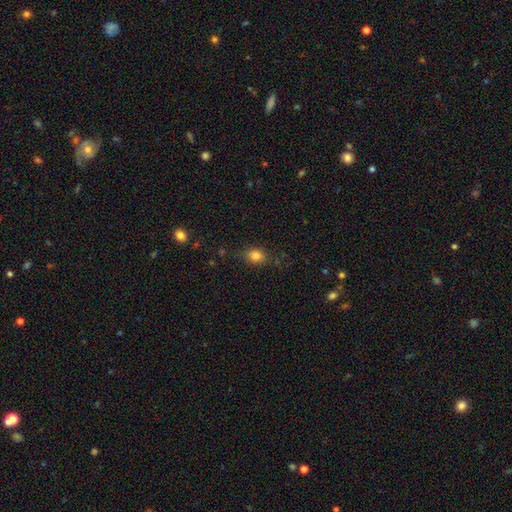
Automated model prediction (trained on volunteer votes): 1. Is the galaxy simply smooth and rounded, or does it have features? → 81% smooth, 12% star or artifact, 7% featured or disk.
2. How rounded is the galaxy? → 54% in between, 44% round, 2% cigar-shaped.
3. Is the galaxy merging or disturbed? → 77% none, 17% minor disturbance, 5% major disturbance, 2% merger.